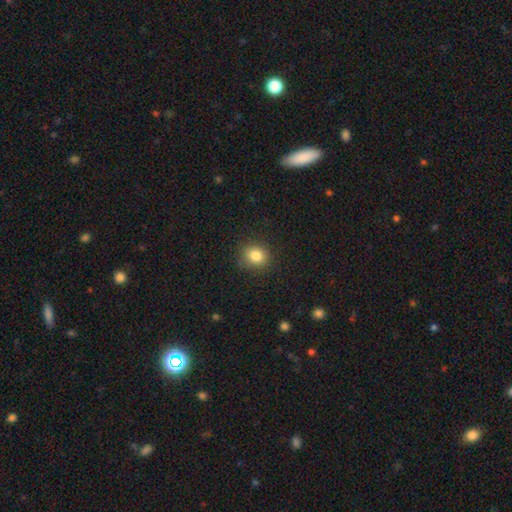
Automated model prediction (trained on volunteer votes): Overall: smooth (83%). How rounded: round (75%). Merging: none (86%).